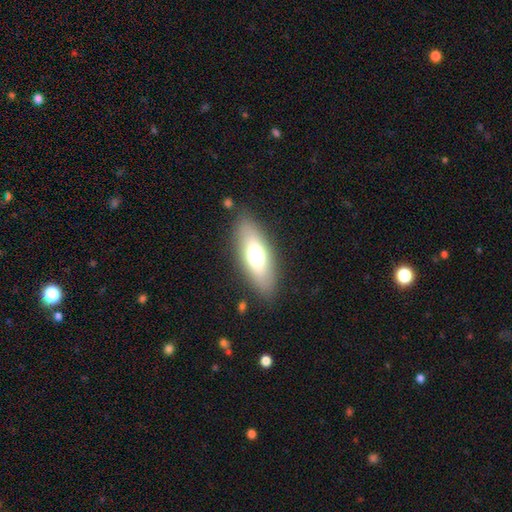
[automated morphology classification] Q: Smooth or featured?
A: smooth (63%); runner-up: featured or disk (29%)
Q: How rounded?
A: in between (70%); runner-up: cigar-shaped (26%)
Q: Merging?
A: none (84%); runner-up: minor disturbance (10%)